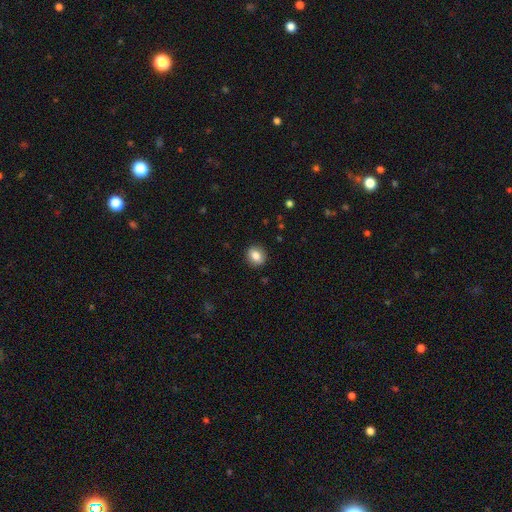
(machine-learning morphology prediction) Q: Smooth or featured?
A: smooth (83%); runner-up: featured or disk (9%)
Q: How rounded?
A: round (66%); runner-up: in between (33%)
Q: Merging?
A: none (90%); runner-up: minor disturbance (7%)